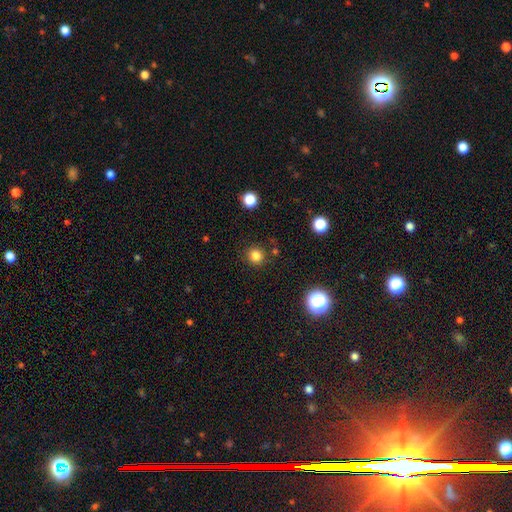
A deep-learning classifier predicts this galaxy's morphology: A smooth galaxy with no disk features (82%) that is round (92%). Merging: none (88%).